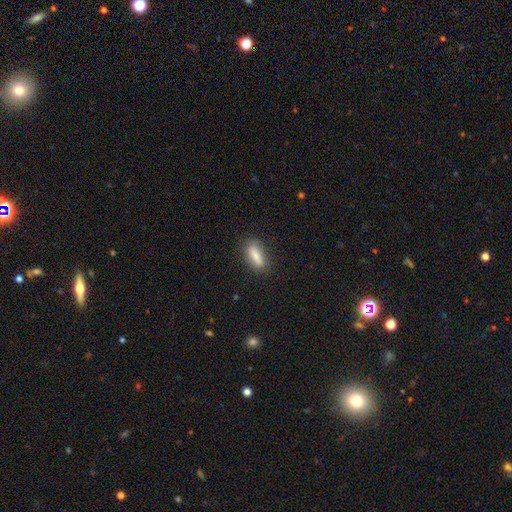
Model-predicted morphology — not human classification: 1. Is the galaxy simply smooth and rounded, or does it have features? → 78% smooth, 14% featured or disk, 7% star or artifact.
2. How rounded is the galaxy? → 59% in between, 38% cigar-shaped, 3% round.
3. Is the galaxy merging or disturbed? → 83% none, 13% minor disturbance, 3% major disturbance, 1% merger.